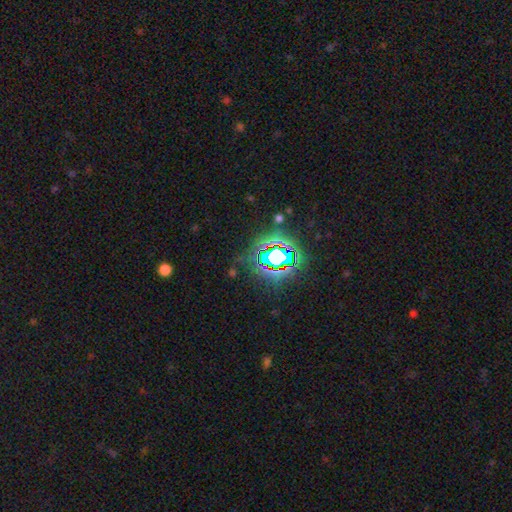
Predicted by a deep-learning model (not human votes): Q: Smooth or featured?
A: star or artifact (80%); runner-up: smooth (12%)